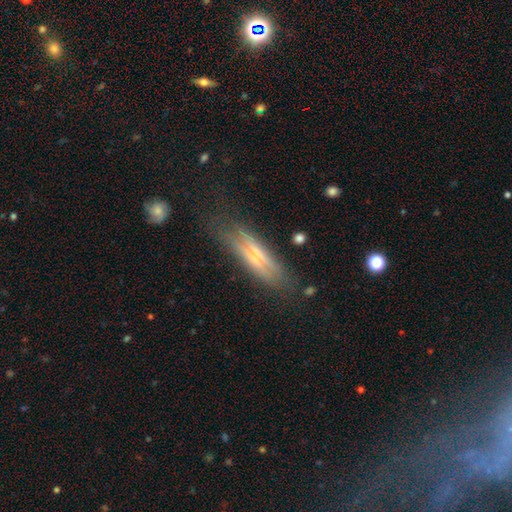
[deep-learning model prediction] Smooth or featured?
  - featured or disk: 53% *
  - smooth: 38%
  - star or artifact: 9%
Edge-on disk?
  - yes: 84% *
  - no: 16%
Merging?
  - none: 66% *
  - minor disturbance: 21%
  - major disturbance: 10%
  - merger: 3%